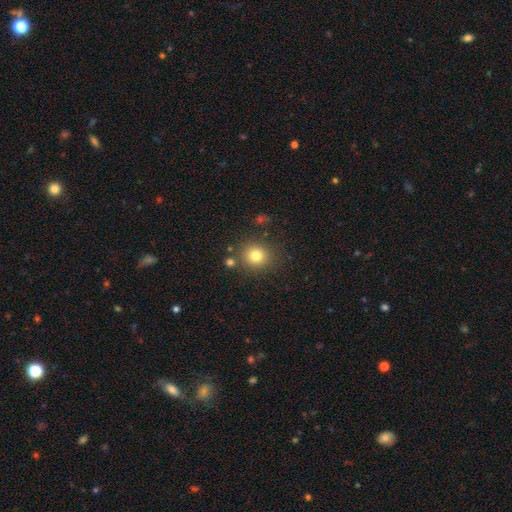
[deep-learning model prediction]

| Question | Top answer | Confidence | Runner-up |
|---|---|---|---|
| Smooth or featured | smooth | 78% | star or artifact (13%) |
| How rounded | round | 87% | in between (12%) |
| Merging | none | 82% | minor disturbance (9%) |